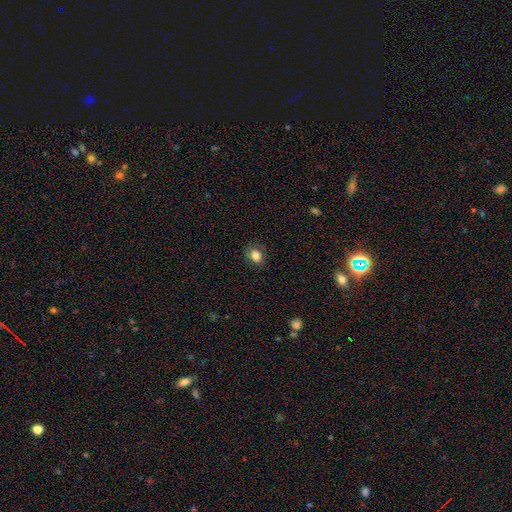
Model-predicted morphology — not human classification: A smooth galaxy with no disk features (81%) that is in between round and cigar-shaped (50%). Merging: none (83%).